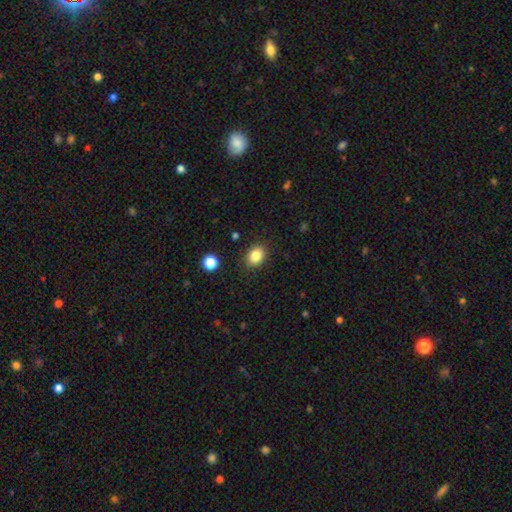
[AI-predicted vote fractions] This appears to be a smooth galaxy with no disk features (85%) that is in between round and cigar-shaped (60%). Merging: none (88%).